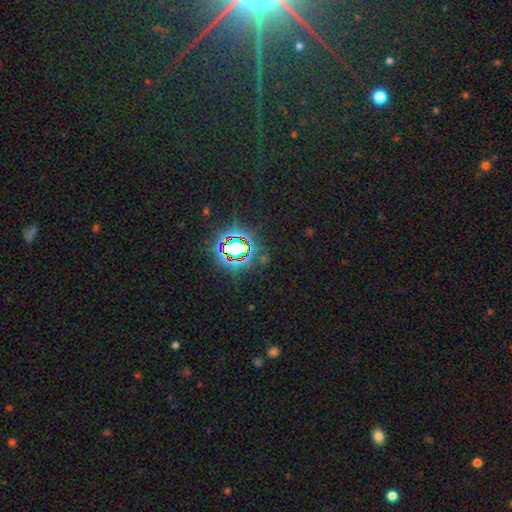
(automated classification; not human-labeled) Smooth or featured?
  - star or artifact: 83% *
  - smooth: 9%
  - featured or disk: 8%